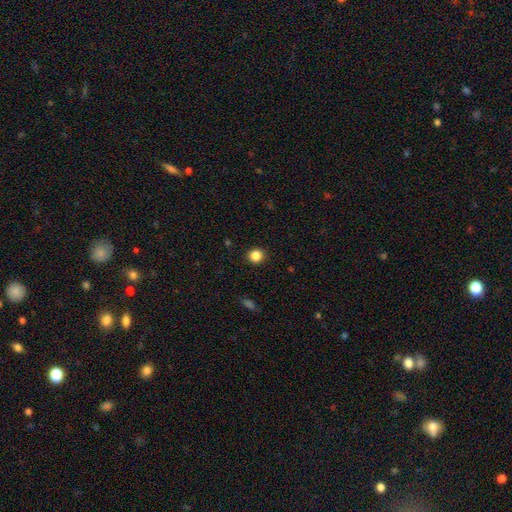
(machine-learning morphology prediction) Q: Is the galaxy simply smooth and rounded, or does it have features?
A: smooth — 85%.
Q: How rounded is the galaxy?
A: round — 90%.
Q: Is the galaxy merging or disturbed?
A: none — 92%.